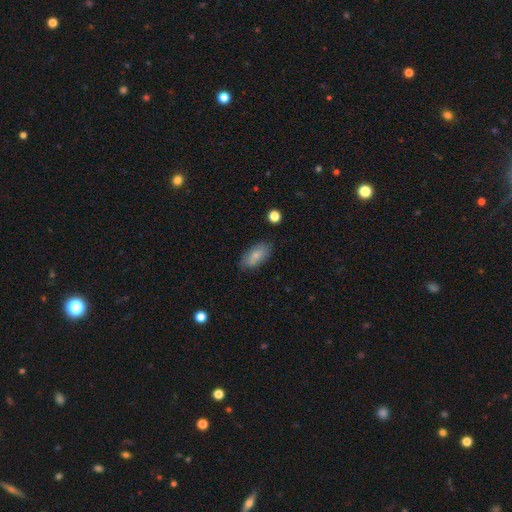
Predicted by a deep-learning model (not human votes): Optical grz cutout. It shows a smooth galaxy with no disk features (78%) that is in between round and cigar-shaped (89%). Merging: none (81%).